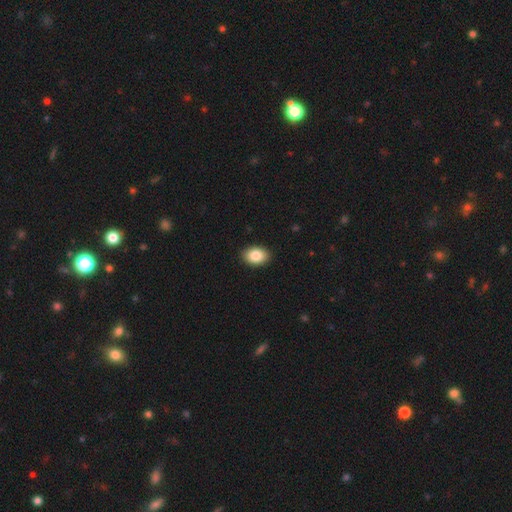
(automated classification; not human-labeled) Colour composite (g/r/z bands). It shows a smooth galaxy with no disk features (87%) that is in between round and cigar-shaped (81%). Merging: none (91%).